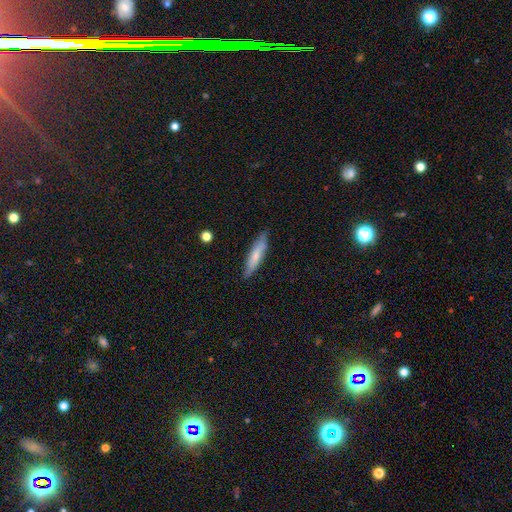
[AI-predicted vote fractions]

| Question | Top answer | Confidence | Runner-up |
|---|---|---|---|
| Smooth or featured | smooth | 70% | featured or disk (24%) |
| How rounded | cigar-shaped | 81% | in between (18%) |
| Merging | none | 83% | minor disturbance (13%) |